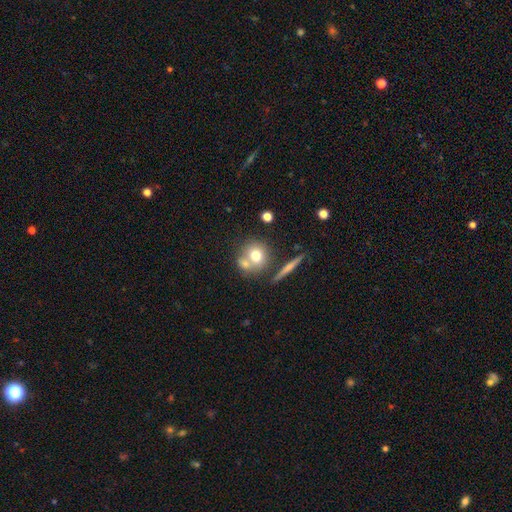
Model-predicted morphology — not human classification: smooth 69%, featured or disk 21%, star or artifact 10%. Down the decision tree: how rounded — round (84%); merging — none (53%).